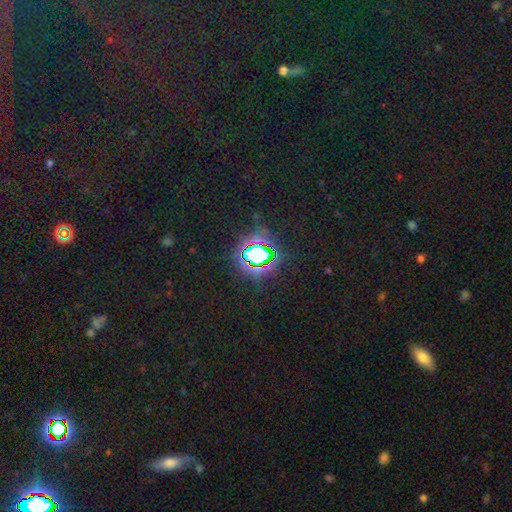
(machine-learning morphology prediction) Smooth or featured?
  - star or artifact: 75% *
  - smooth: 16%
  - featured or disk: 10%